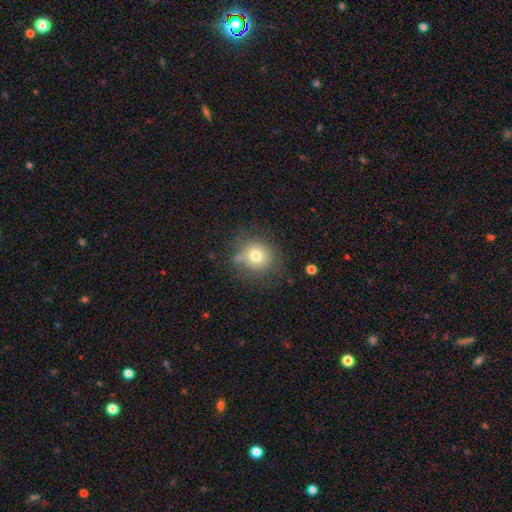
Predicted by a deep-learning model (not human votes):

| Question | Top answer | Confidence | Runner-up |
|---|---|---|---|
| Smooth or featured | smooth | 74% | featured or disk (14%) |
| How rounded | round | 85% | in between (14%) |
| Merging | none | 67% | minor disturbance (19%) |